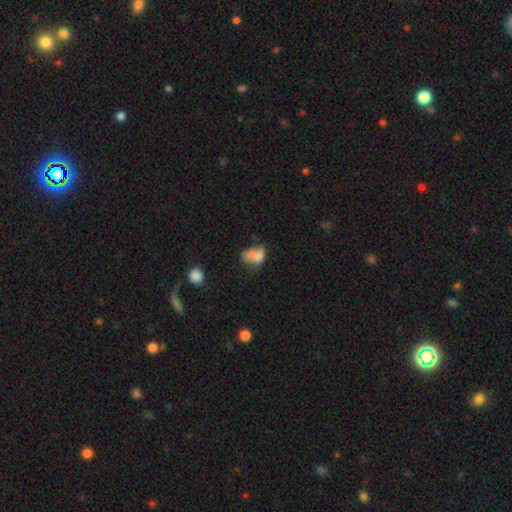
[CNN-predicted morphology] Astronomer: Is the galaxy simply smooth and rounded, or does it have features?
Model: smooth — 69%.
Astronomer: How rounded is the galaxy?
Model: in between — 81%.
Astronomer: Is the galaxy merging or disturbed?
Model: minor disturbance — 30%, tied with major disturbance at 30%.